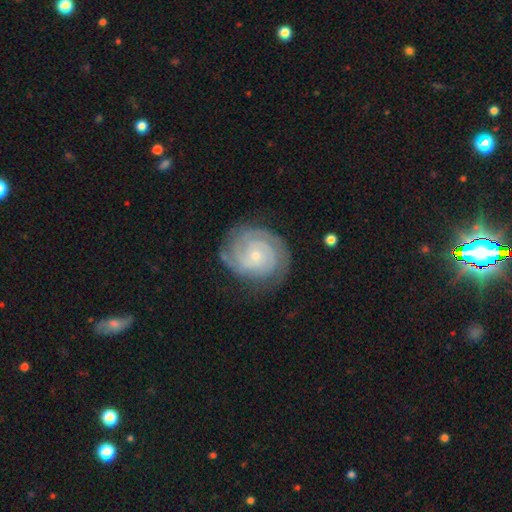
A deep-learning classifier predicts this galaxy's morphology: smooth_or_featured: featured or disk (p=0.86) [alt: smooth p=0.09]
disk_edge_on: no (p=0.98) [alt: yes p=0.02]
bar: no (p=0.75) [alt: weak p=0.21]
has_spiral_arms: yes (p=0.97) [alt: no p=0.03]
spiral_winding: tight (p=0.80) [alt: medium p=0.17]
spiral_arm_count: 2 (p=0.33) [alt: 3 p=0.26]
bulge_size: small (p=0.74) [alt: moderate p=0.22]
merging: none (p=0.78) [alt: minor disturbance p=0.16]